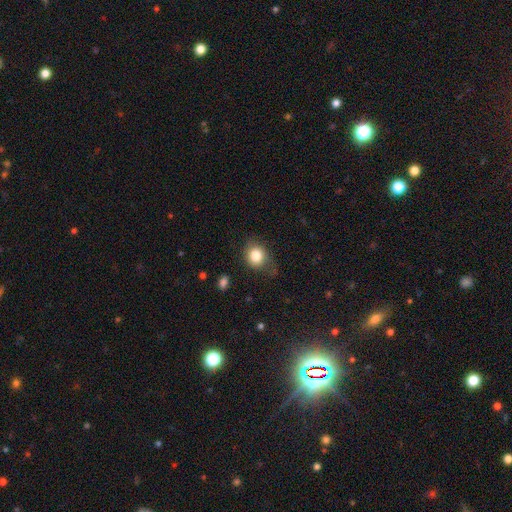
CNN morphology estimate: type=smooth (82%); roundness=round (70%); merging=none (62%).